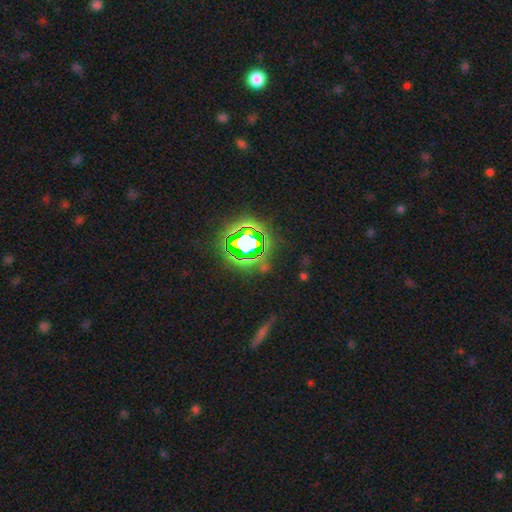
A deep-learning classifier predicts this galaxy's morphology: smooth_or_featured: star or artifact (p=0.78) [alt: smooth p=0.14]